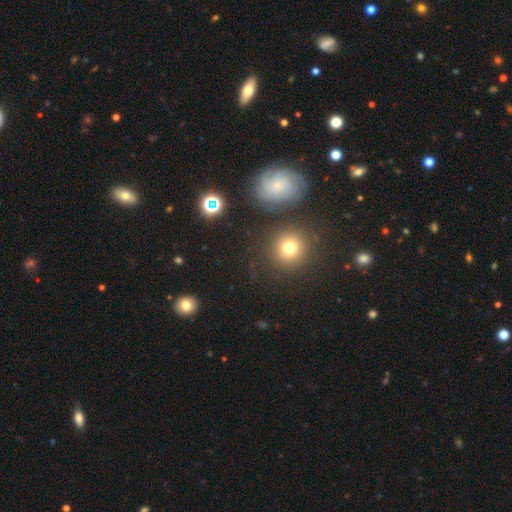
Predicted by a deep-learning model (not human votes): A smooth galaxy with no disk features (56%) that is round (82%).

Vote fractions:
- Smooth or featured? smooth: 56% / star or artifact: 35% / featured or disk: 8%
- How rounded? round: 82% / in between: 17% / cigar-shaped: 2%
- Merging? none: 83% / minor disturbance: 7% / merger: 6% / major disturbance: 3%